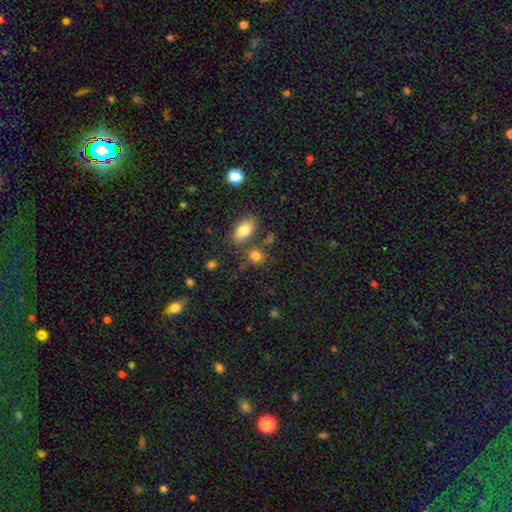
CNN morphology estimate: smooth-or-featured: smooth: 82% | star or artifact: 11% | featured or disk: 7%
  how-rounded: round: 60% | in between: 38% | cigar-shaped: 2%
  merging: none: 67% | merger: 16% | minor disturbance: 12% | major disturbance: 5%